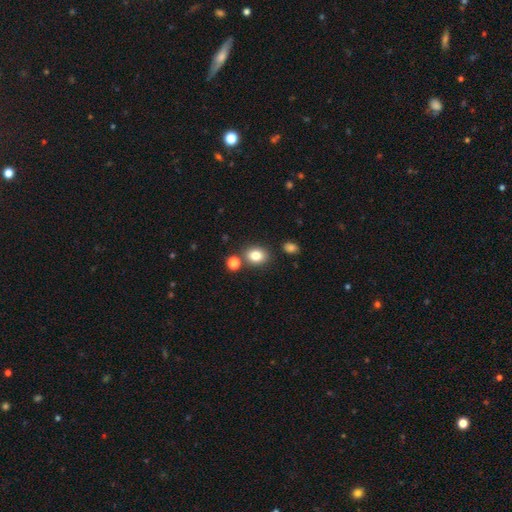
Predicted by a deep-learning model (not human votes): The model was most divided on "how rounded": in between: 54%, round: 45%, cigar-shaped: 1%. More confident: smooth or featured — smooth (82%); merging — none (76%).